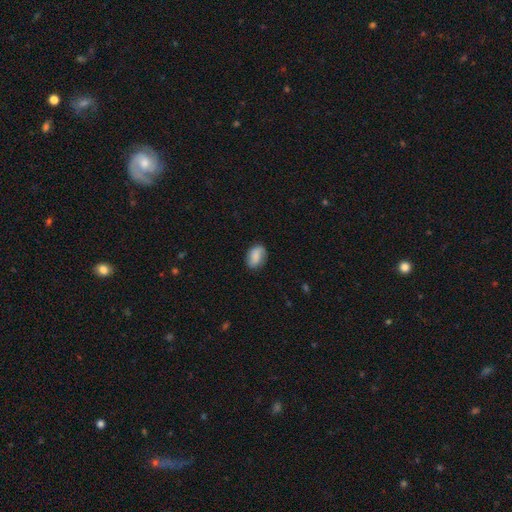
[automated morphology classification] Smooth or featured: smooth — 73% (featured or disk — 19%)
How rounded: in between — 82% (round — 16%)
Merging: none — 77% (minor disturbance — 17%)